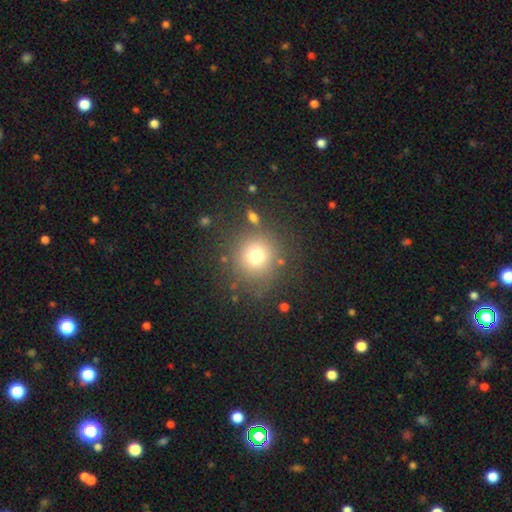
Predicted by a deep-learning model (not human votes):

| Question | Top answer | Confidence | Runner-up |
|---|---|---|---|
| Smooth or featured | smooth | 73% | star or artifact (16%) |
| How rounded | round | 91% | in between (8%) |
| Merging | none | 80% | minor disturbance (10%) |